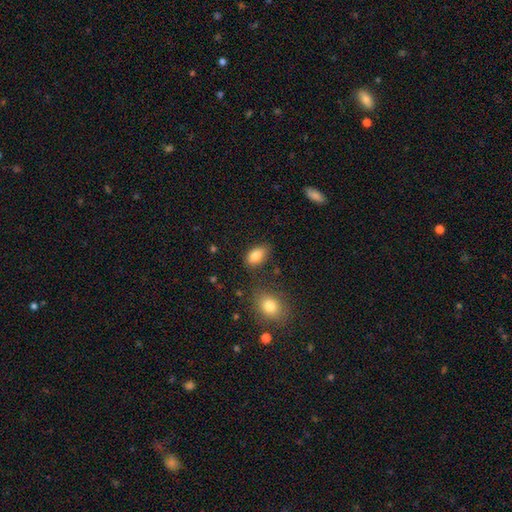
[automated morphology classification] The model was most divided on "merging": none: 74%, minor disturbance: 17%, merger: 5%, major disturbance: 4%. More confident: how rounded — in between (90%); smooth or featured — smooth (84%).